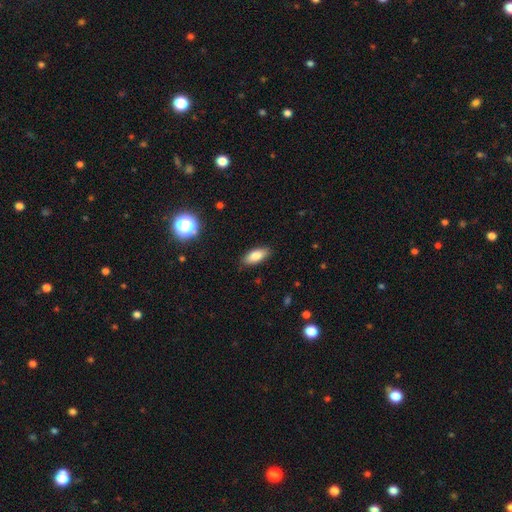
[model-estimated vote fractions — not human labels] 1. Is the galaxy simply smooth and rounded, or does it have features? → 81% smooth, 11% featured or disk, 8% star or artifact.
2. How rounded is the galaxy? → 82% in between, 15% cigar-shaped, 3% round.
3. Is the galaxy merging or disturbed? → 88% none, 9% minor disturbance, 2% major disturbance, 1% merger.